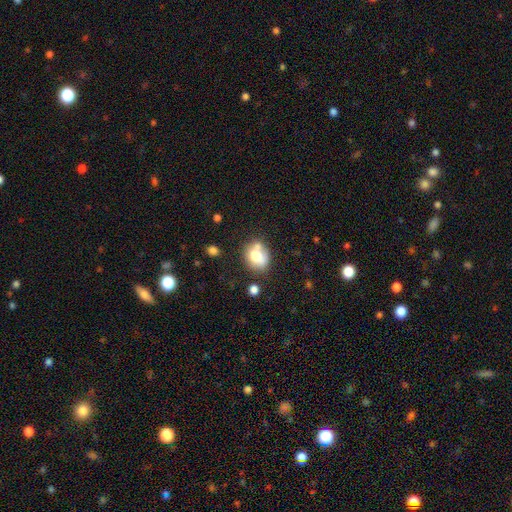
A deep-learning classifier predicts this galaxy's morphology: type=smooth (70%); roundness=round (58%); merging=none (54%).